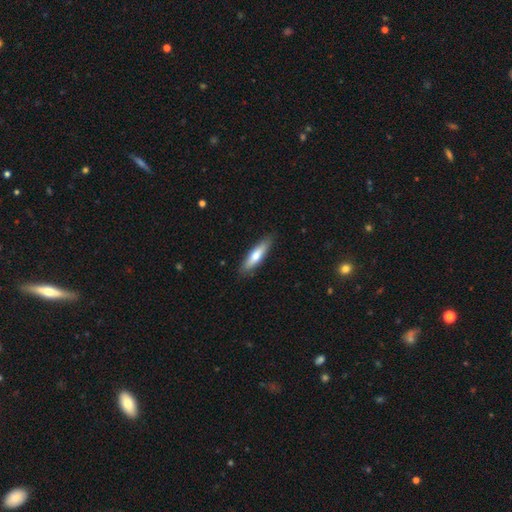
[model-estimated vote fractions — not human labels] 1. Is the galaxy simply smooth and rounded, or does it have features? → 66% smooth, 28% featured or disk, 5% star or artifact.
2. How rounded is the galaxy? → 71% cigar-shaped, 27% in between, 2% round.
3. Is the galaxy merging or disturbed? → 87% none, 10% minor disturbance, 2% major disturbance, 1% merger.